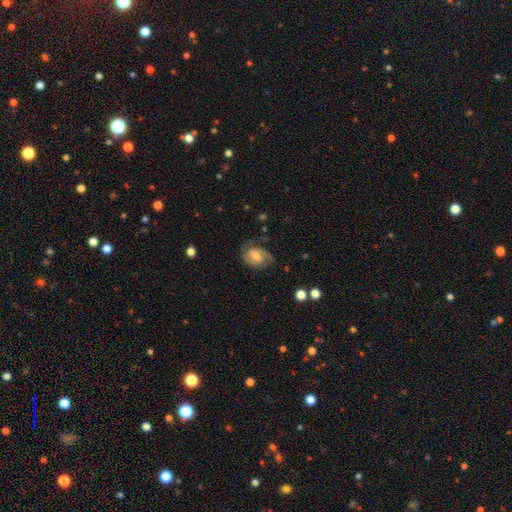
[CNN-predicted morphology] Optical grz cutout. It shows a featured or disk galaxy (68%) with no bar (53%), 2 (77%) medium (45%) spiral arms (92%) and a moderate central bulge (46%). Merging: none (66%).